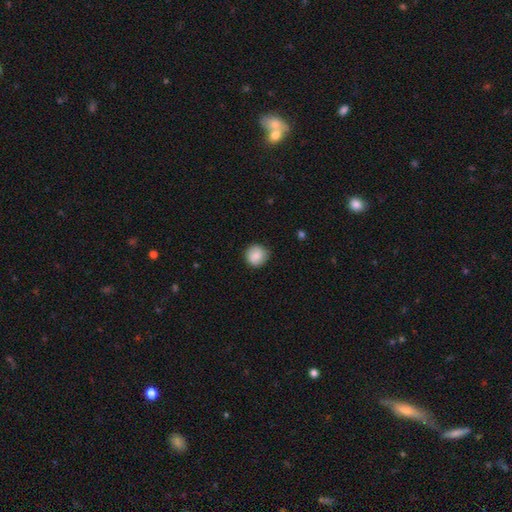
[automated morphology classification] Smooth or featured? smooth (87%)
How rounded? round (92%)
Merging? none (85%)